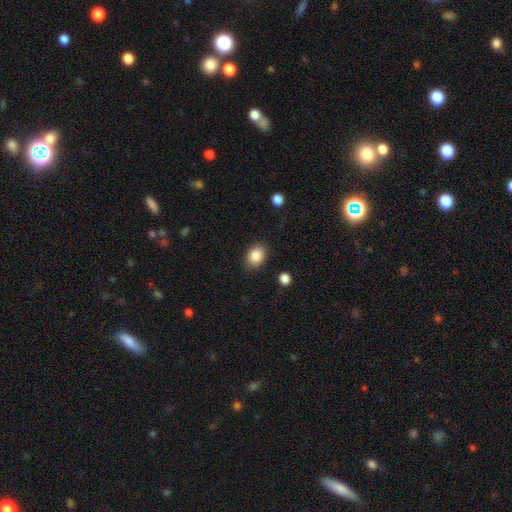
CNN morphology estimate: smooth_or_featured: smooth (p=0.87) [alt: star or artifact p=0.08]
how_rounded: in between (p=0.65) [alt: round p=0.34]
merging: none (p=0.85) [alt: minor disturbance p=0.11]